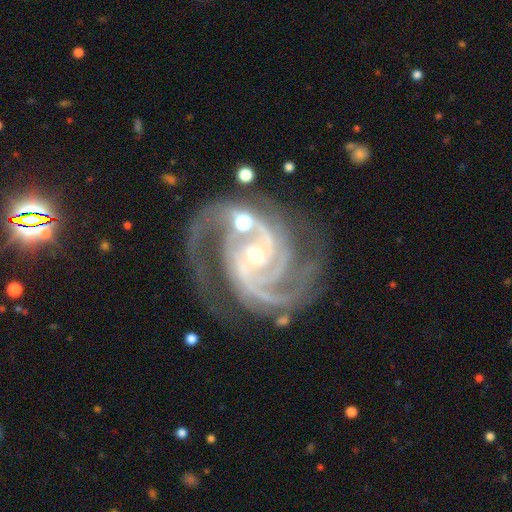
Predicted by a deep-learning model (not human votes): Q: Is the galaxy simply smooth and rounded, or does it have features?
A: featured or disk — 93%.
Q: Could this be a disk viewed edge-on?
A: no — 98%.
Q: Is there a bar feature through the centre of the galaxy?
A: no — 52%.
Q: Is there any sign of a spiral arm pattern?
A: yes — 99%.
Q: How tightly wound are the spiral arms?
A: tight — 52%.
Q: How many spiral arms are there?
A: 3 — 43%.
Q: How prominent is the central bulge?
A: small — 54%.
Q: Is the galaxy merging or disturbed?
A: none — 58%.